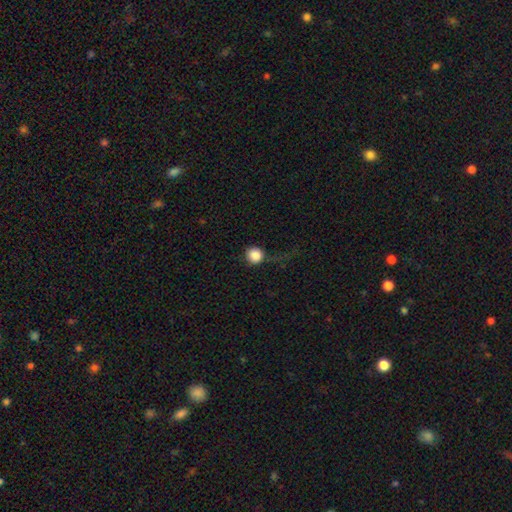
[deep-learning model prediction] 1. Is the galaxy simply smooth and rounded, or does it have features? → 84% smooth, 10% star or artifact, 6% featured or disk.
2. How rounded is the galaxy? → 93% round, 6% in between, 1% cigar-shaped.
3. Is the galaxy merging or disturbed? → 58% none, 20% minor disturbance, 19% major disturbance, 3% merger.